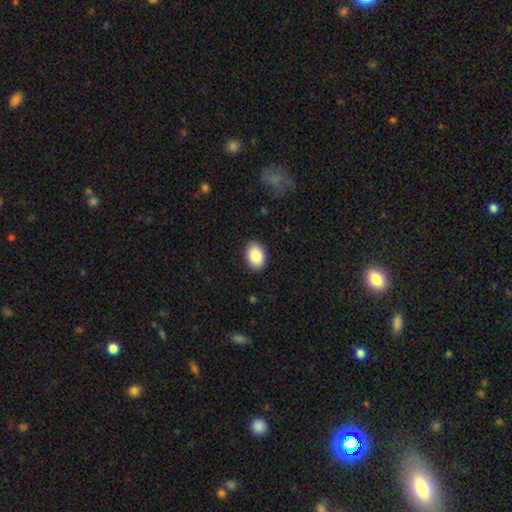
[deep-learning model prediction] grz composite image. It shows a smooth galaxy with no disk features (87%) that is in between round and cigar-shaped (82%). Merging: none (88%).